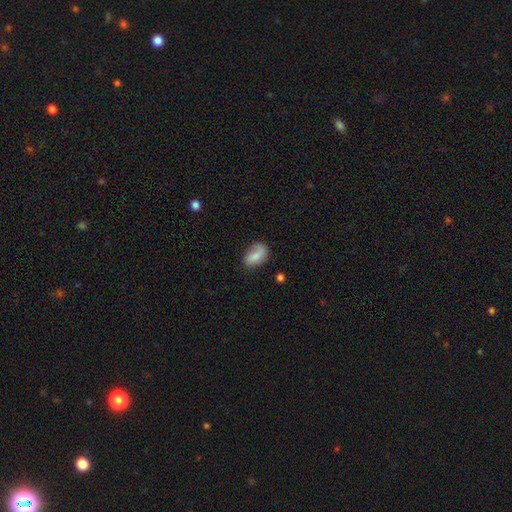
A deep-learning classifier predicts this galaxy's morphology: Q: Smooth or featured?
A: smooth (76%); runner-up: featured or disk (16%)
Q: How rounded?
A: in between (88%); runner-up: round (10%)
Q: Merging?
A: none (55%); runner-up: minor disturbance (29%)